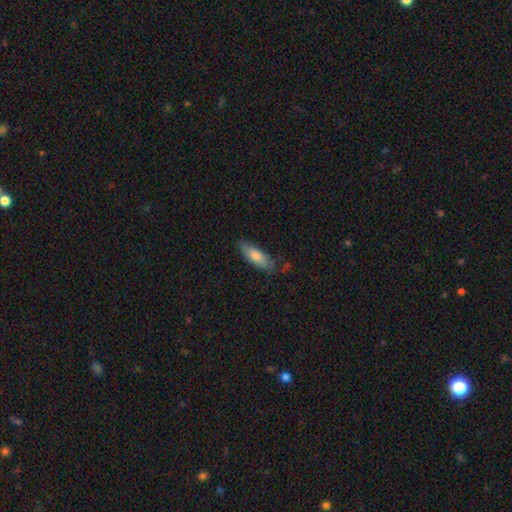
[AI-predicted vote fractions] Morphology: type=smooth (76%); roundness=in between (55%); merging=none (73%).